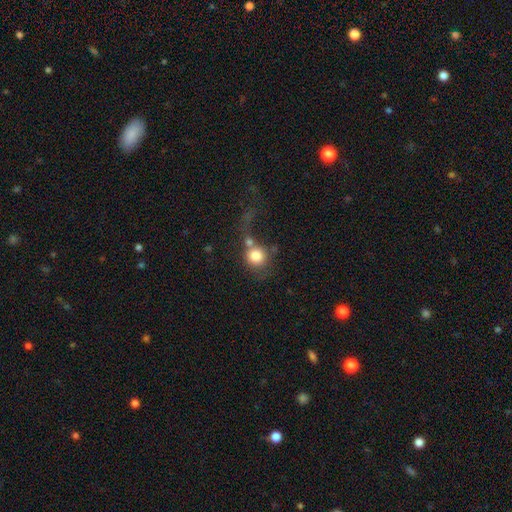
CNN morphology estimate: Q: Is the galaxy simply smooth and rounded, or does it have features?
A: smooth — 78%.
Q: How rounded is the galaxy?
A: round — 86%.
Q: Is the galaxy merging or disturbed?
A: merger — 36%.